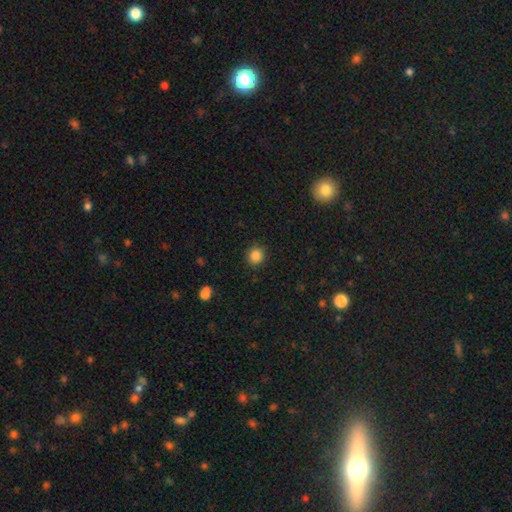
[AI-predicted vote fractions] A smooth galaxy with no disk features (86%) that is round (90%). Merging: none (91%).